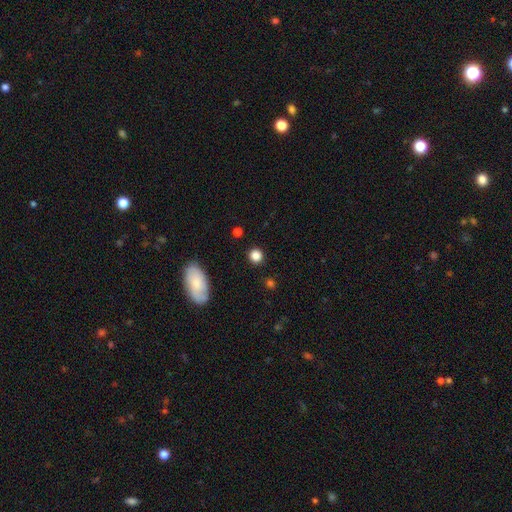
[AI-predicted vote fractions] This is clearly a smooth galaxy (84%). How rounded: clearly round (88%). Merging: clearly none (89%).